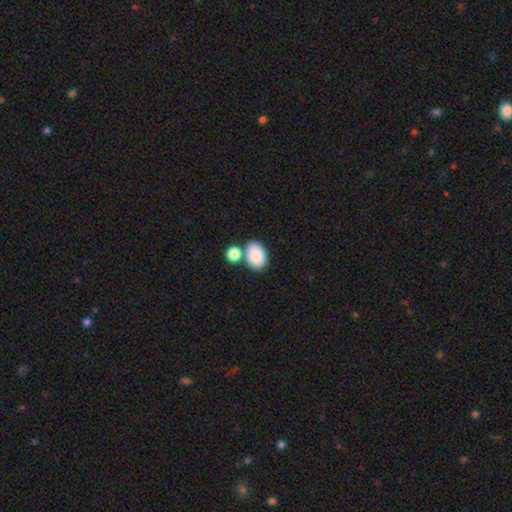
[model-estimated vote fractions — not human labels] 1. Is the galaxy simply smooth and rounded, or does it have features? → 86% smooth, 7% star or artifact, 7% featured or disk.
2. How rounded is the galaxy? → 86% in between, 12% round, 1% cigar-shaped.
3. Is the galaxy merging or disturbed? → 61% none, 23% merger, 13% minor disturbance, 4% major disturbance.